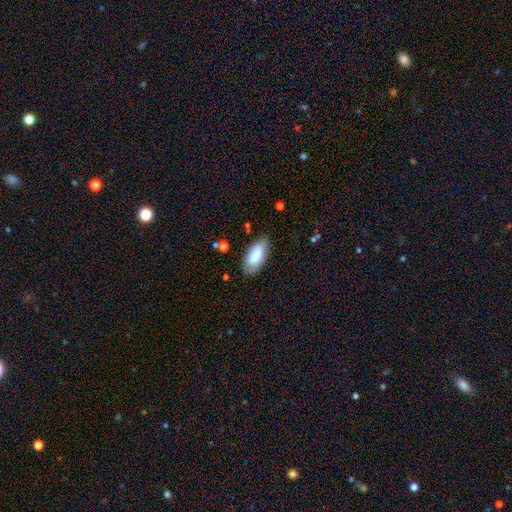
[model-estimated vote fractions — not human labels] smooth 80%, featured or disk 14%, star or artifact 6%. Down the decision tree: how rounded — in between (91%); merging — none (79%).